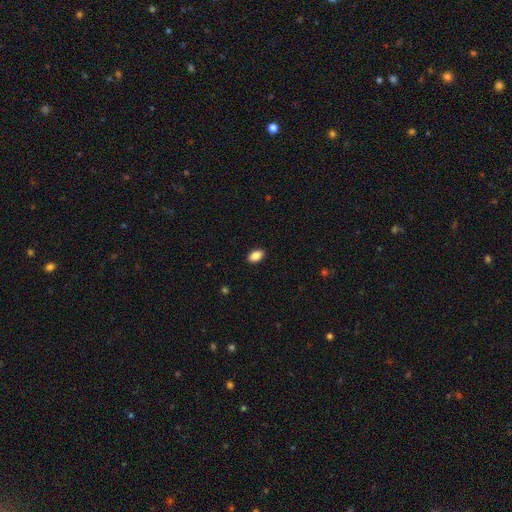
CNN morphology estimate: Overall: smooth (88%). How rounded: in between (90%). Merging: none (90%).